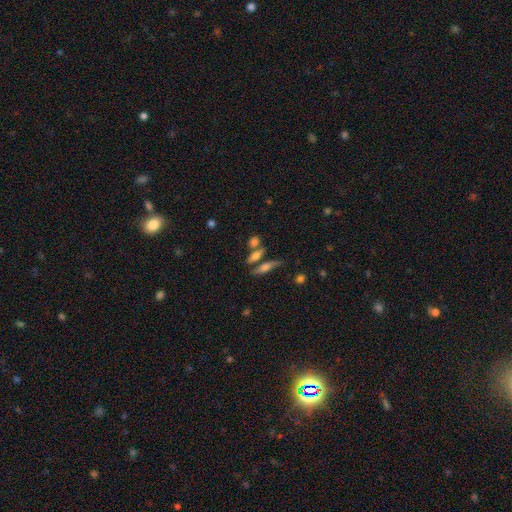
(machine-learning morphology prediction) A smooth galaxy with no disk features (57%) that is cigar-shaped (53%). Merging: none (55%).